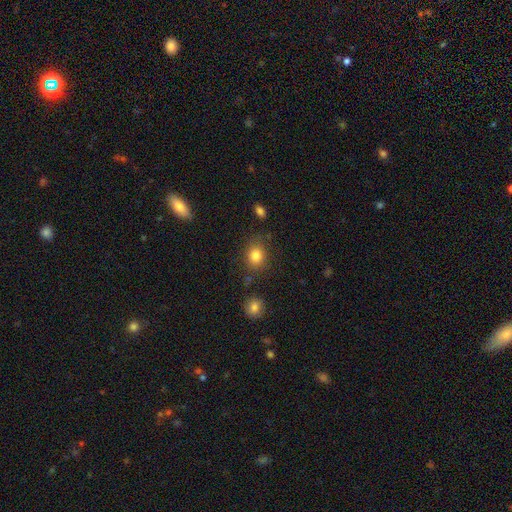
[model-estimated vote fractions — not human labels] Smooth or featured?
  - smooth: 83% *
  - star or artifact: 11%
  - featured or disk: 6%
How rounded?
  - round: 61% *
  - in between: 38%
  - cigar-shaped: 1%
Merging?
  - none: 79% *
  - minor disturbance: 13%
  - merger: 4%
  - major disturbance: 4%